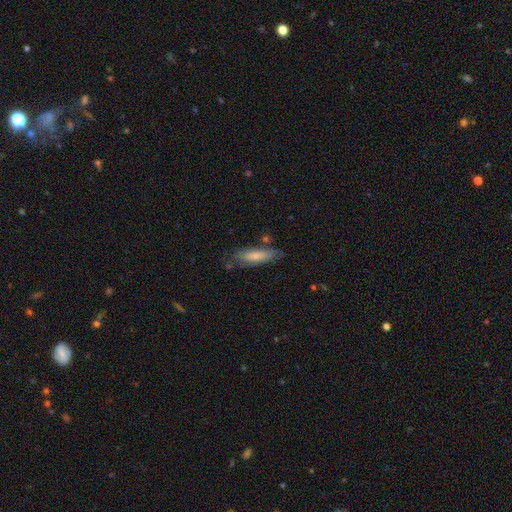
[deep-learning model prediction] smooth_or_featured: smooth (p=0.73) [alt: featured or disk p=0.21]
how_rounded: cigar-shaped (p=0.61) [alt: in between p=0.37]
merging: none (p=0.69) [alt: minor disturbance p=0.21]